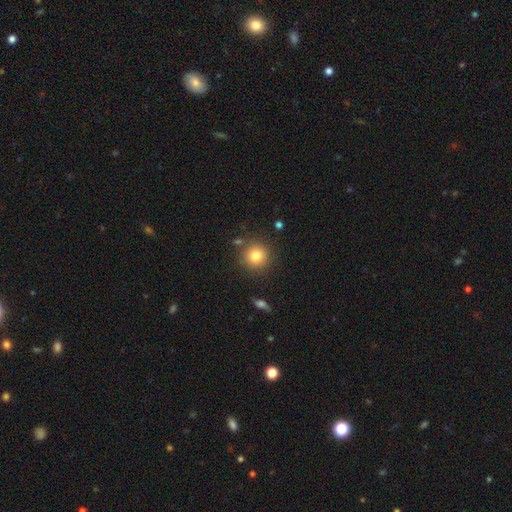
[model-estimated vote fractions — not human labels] This appears to be a smooth galaxy with no disk features (80%) that is round (94%). Merging: none (85%).